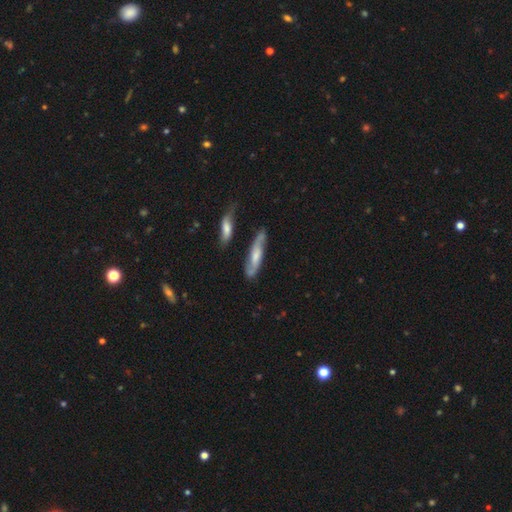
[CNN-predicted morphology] A featured or disk galaxy (57%). Merging: none (72%).